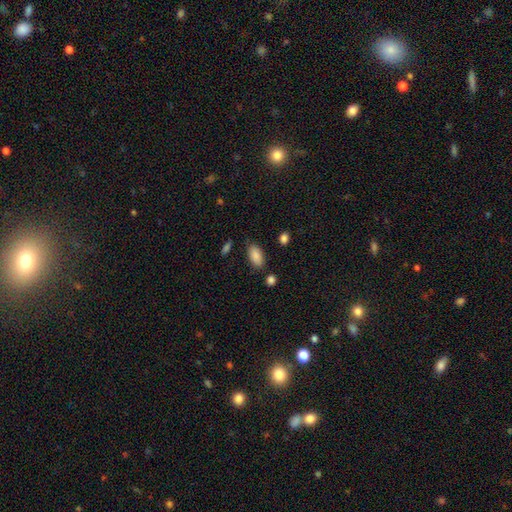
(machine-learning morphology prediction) This is clearly a smooth galaxy (88%). How rounded: clearly in between (92%). Merging: likely none (79%).